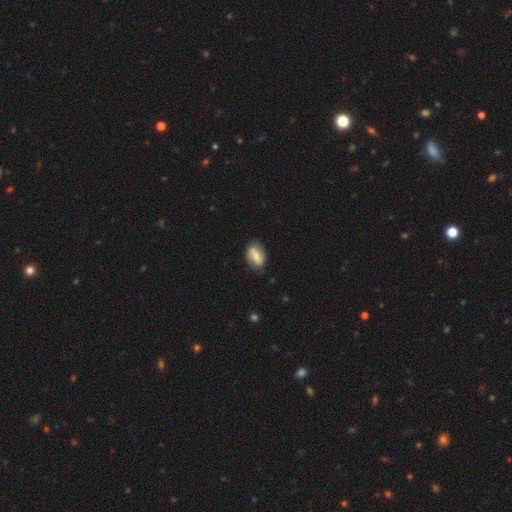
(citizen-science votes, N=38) smooth-or-featured: featured or disk: 58% | smooth: 39% | star or artifact: 3%
  disk-edge-on: no: 86% | yes: 14%
    bar: strong: 74% | weak: 16% | no: 11%
    has-spiral-arms: yes: 58% | no: 42%
      spiral-winding: medium: 45% | tight: 27% | loose: 27%
      spiral-arm-count: 2: 73% | can't tell: 18% | 3: 9% | 1: 0% | 4: 0% | more than 4: 0%
    bulge-size: moderate: 58% | small: 32% | none: 11% | dominant: 0% | large: 0%
  merging: none: 68% | minor disturbance: 32% | major disturbance: 0% | merger: 0%